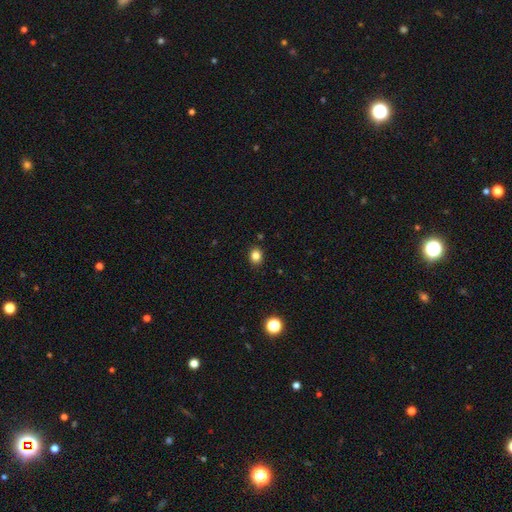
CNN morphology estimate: Smooth or featured?
  - smooth: 83% *
  - star or artifact: 12%
  - featured or disk: 5%
How rounded?
  - round: 63% *
  - in between: 36%
  - cigar-shaped: 1%
Merging?
  - none: 89% *
  - minor disturbance: 8%
  - major disturbance: 2%
  - merger: 2%